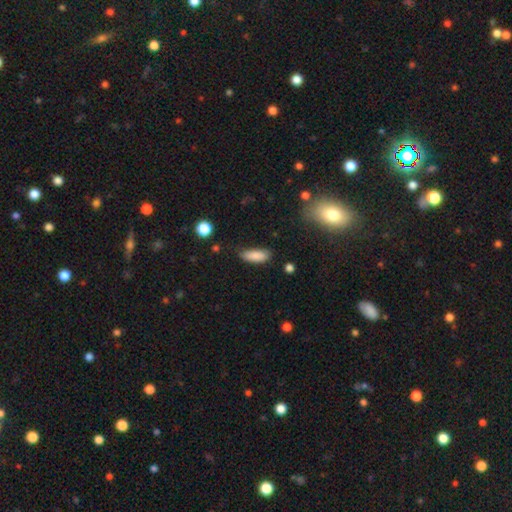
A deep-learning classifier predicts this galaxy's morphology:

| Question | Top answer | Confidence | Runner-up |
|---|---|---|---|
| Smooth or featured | smooth | 86% | star or artifact (7%) |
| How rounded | in between | 68% | cigar-shaped (30%) |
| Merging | none | 72% | minor disturbance (22%) |